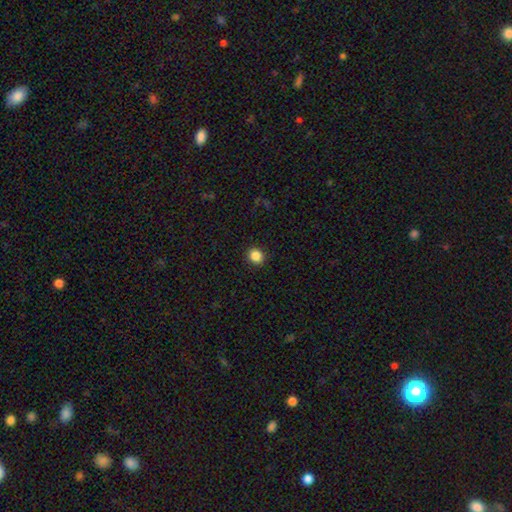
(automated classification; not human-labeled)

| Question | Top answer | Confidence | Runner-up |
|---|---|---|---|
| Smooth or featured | smooth | 86% | star or artifact (10%) |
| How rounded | round | 78% | in between (21%) |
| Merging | none | 91% | minor disturbance (6%) |